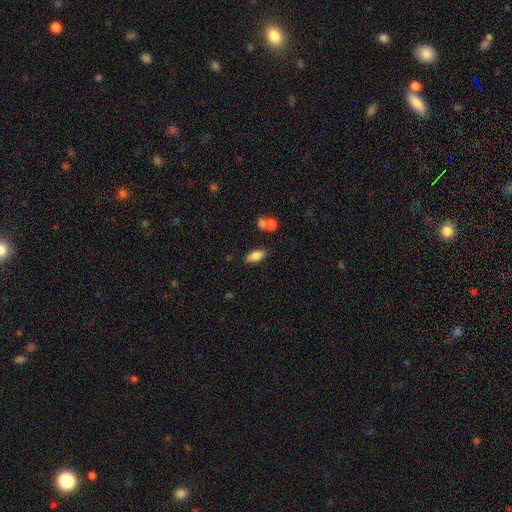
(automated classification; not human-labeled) Morphology: type=smooth (82%); roundness=in between (86%); merging=none (80%).